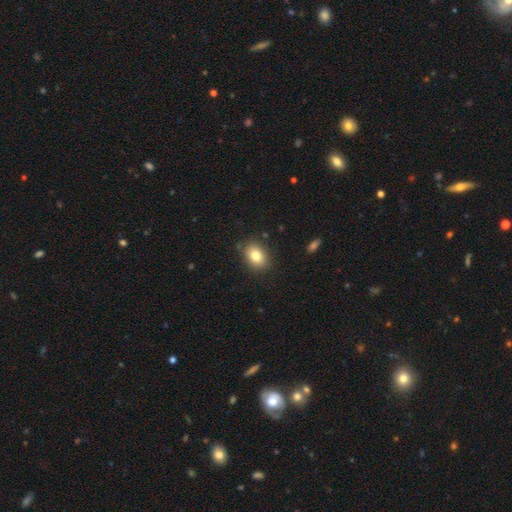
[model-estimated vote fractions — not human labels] Smooth or featured?
  - smooth: 81% *
  - featured or disk: 10%
  - star or artifact: 9%
How rounded?
  - in between: 70% *
  - round: 29%
  - cigar-shaped: 1%
Merging?
  - none: 85% *
  - minor disturbance: 11%
  - major disturbance: 3%
  - merger: 2%